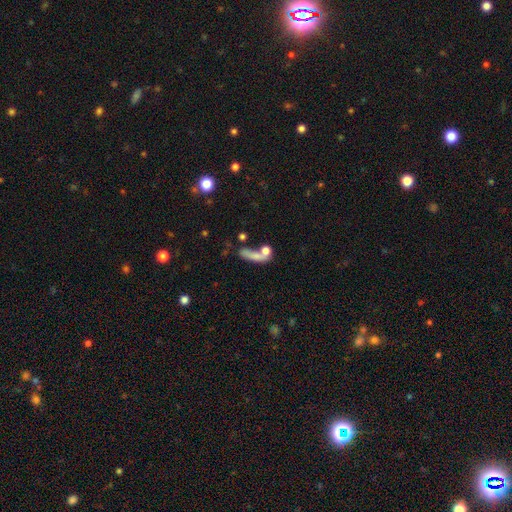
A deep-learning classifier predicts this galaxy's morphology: smooth-or-featured: smooth: 66% | featured or disk: 23% | star or artifact: 12%
  how-rounded: cigar-shaped: 46% | in between: 36% | round: 17%
  merging: merger: 36% | none: 33% | major disturbance: 18% | minor disturbance: 12%